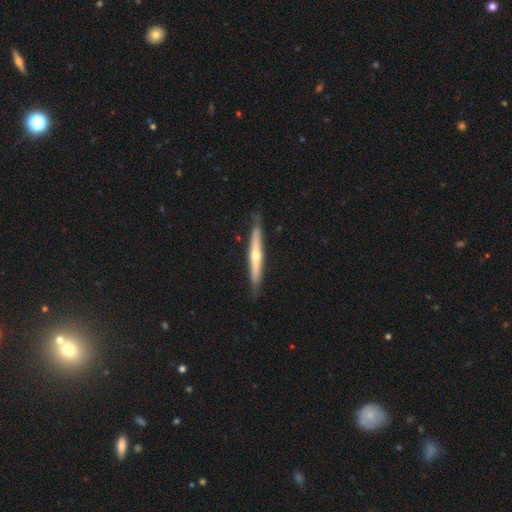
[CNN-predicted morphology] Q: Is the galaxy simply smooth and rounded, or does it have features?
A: featured or disk — 64%.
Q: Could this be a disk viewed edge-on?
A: yes — 94%.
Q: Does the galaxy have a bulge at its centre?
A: rounded — 79%.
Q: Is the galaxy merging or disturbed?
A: none — 85%.